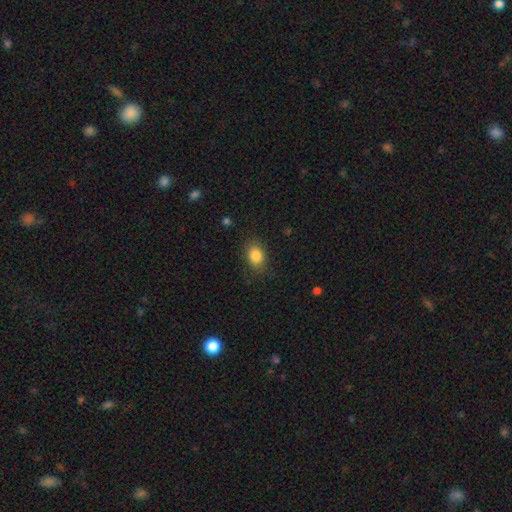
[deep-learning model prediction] smooth_or_featured: smooth (p=0.85) [alt: star or artifact p=0.09]
how_rounded: in between (p=0.70) [alt: round p=0.29]
merging: none (p=0.82) [alt: minor disturbance p=0.13]